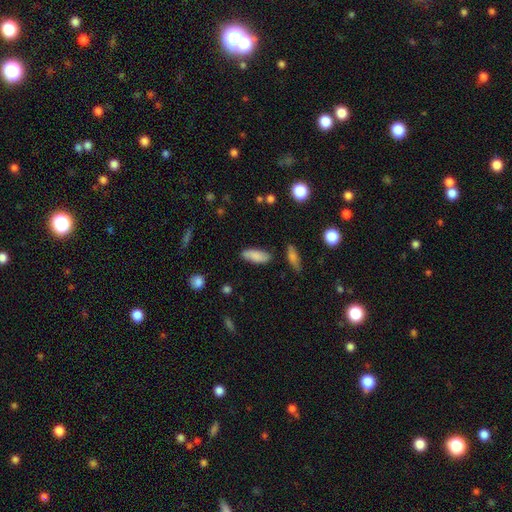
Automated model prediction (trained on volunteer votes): The model was most divided on "how rounded": in between: 76%, cigar-shaped: 22%, round: 2%. More confident: smooth or featured — smooth (81%); merging — none (78%).